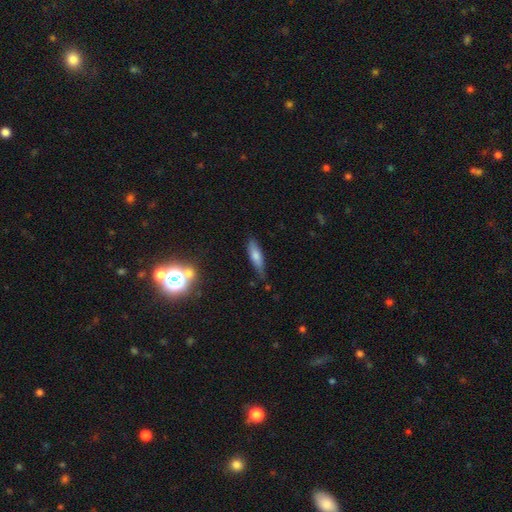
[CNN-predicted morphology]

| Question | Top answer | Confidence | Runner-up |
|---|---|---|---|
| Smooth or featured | smooth | 65% | featured or disk (25%) |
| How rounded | cigar-shaped | 64% | in between (34%) |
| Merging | none | 71% | minor disturbance (22%) |